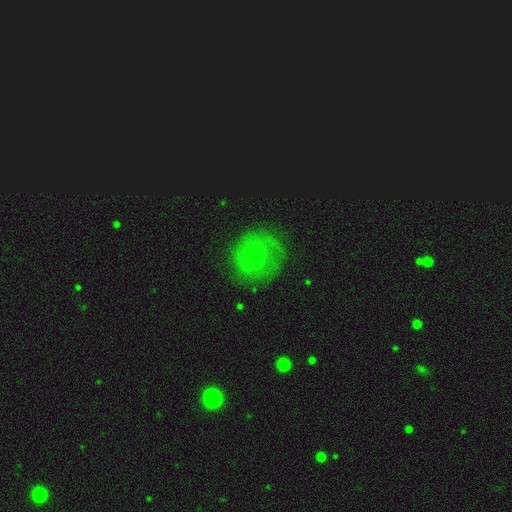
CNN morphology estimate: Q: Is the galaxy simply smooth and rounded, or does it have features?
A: featured or disk — 46%.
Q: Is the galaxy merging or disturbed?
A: none — 83%.